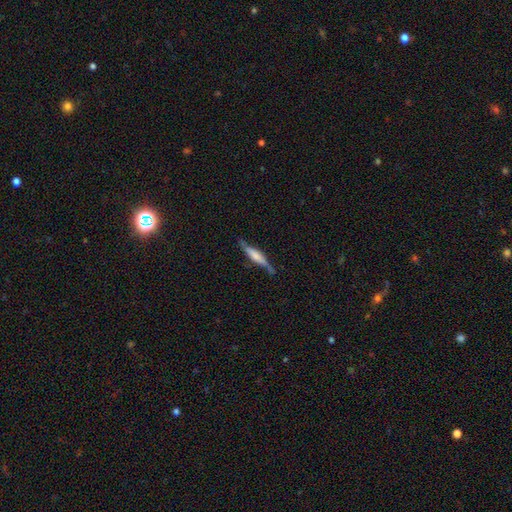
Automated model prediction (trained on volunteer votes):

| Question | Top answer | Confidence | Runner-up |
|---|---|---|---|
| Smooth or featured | featured or disk | 50% | smooth (43%) |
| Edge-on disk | yes | 90% | no (10%) |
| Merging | none | 69% | minor disturbance (22%) |